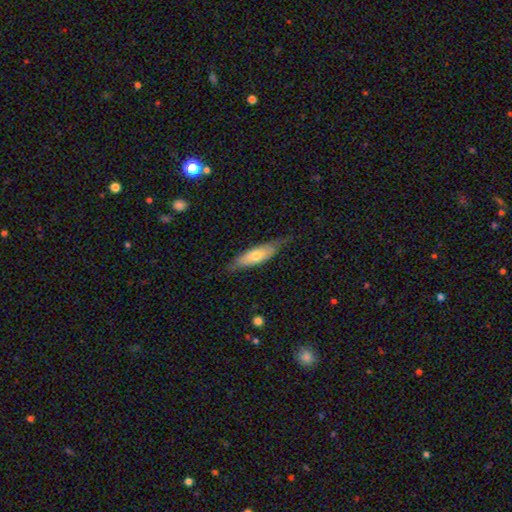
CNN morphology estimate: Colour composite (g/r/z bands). It shows a smooth galaxy with no disk features (57%) that is in between round and cigar-shaped (50%). Merging: none (67%).